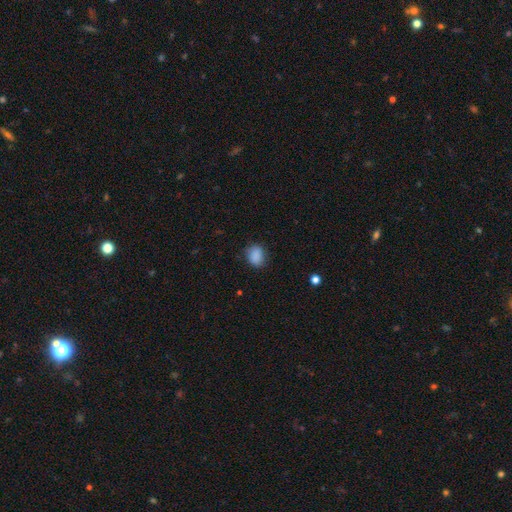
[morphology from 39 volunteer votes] Smooth or featured?
  - smooth: 90% *
  - star or artifact: 8%
  - featured or disk: 3%
How rounded?
  - in between: 60% *
  - round: 40%
  - cigar-shaped: 0%
Merging?
  - none: 75% *
  - minor disturbance: 19%
  - major disturbance: 6%
  - merger: 0%